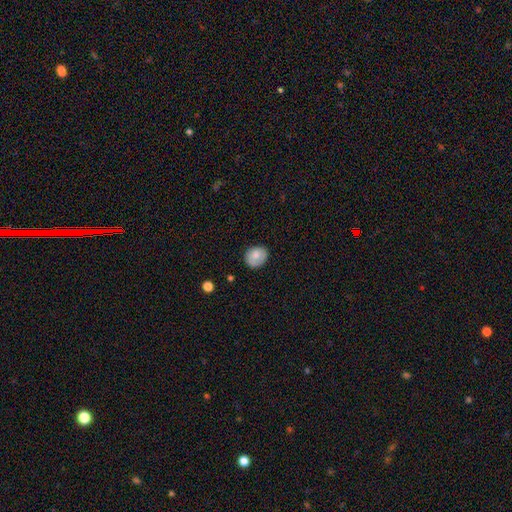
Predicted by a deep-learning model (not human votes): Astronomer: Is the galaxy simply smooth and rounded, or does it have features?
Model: smooth — 78%.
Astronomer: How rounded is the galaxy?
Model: round — 63%.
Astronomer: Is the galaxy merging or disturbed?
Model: none — 75%.